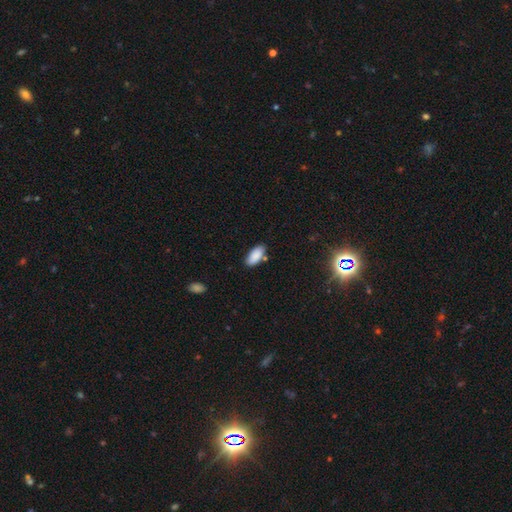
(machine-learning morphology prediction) smooth 88%, star or artifact 7%, featured or disk 5%. Down the decision tree: how rounded — in between (89%); merging — none (78%).